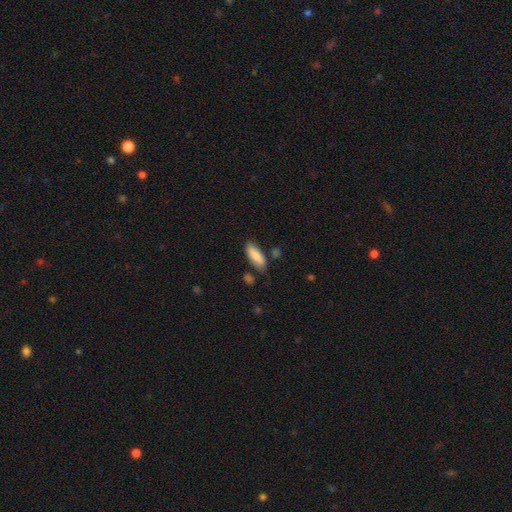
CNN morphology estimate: Smooth or featured? smooth (86%)
How rounded? in between (70%)
Merging? none (74%)